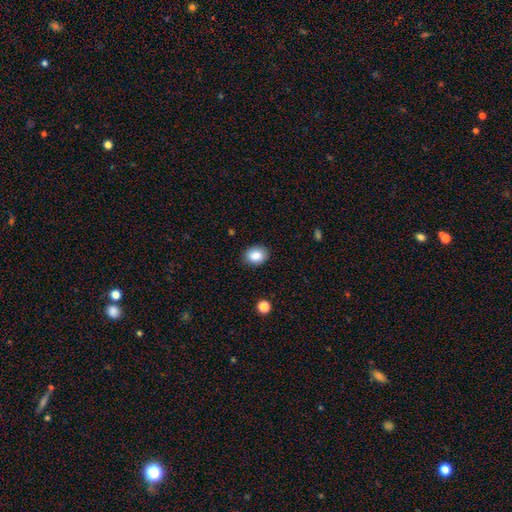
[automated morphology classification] A smooth galaxy with no disk features (87%) that is in between round and cigar-shaped (55%). Merging: none (87%).